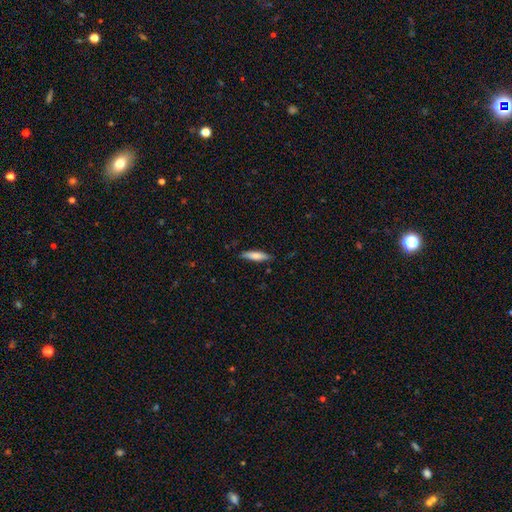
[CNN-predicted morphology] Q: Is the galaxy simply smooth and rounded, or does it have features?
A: smooth — 77%.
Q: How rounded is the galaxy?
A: cigar-shaped — 69%.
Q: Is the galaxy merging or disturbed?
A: none — 84%.